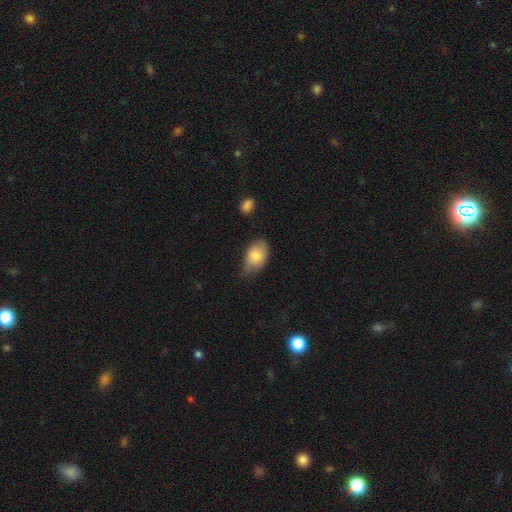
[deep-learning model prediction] smooth-or-featured: smooth: 80% | featured or disk: 14% | star or artifact: 7%
  how-rounded: in between: 90% | round: 9% | cigar-shaped: 1%
  merging: none: 62% | minor disturbance: 31% | major disturbance: 5% | merger: 2%